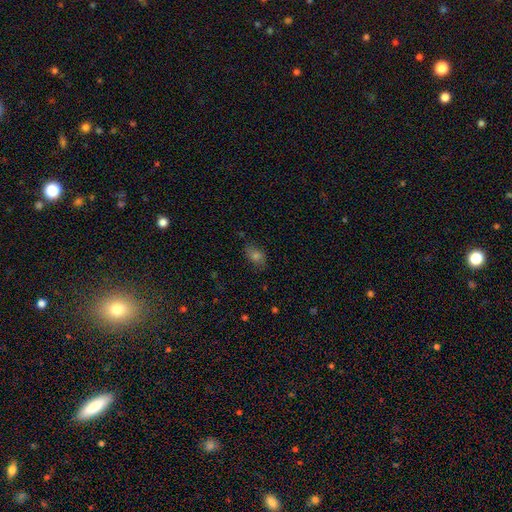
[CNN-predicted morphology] Smooth or featured: smooth — 64% (star or artifact — 19%)
How rounded: in between — 78% (round — 19%)
Merging: none — 76% (minor disturbance — 17%)